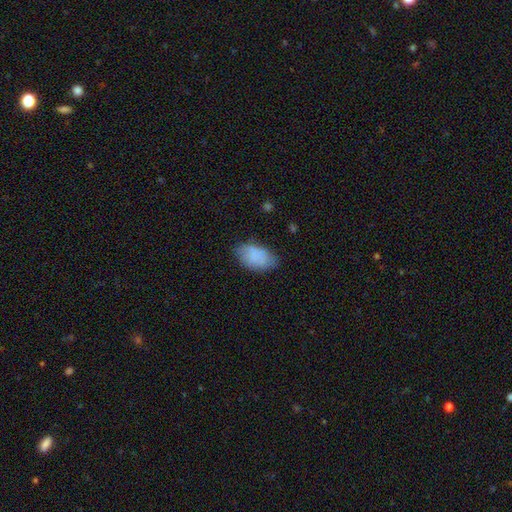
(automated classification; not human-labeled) The model was most divided on "merging": none: 71%, minor disturbance: 22%, major disturbance: 5%, merger: 2%. More confident: how rounded — in between (93%); smooth or featured — smooth (84%).